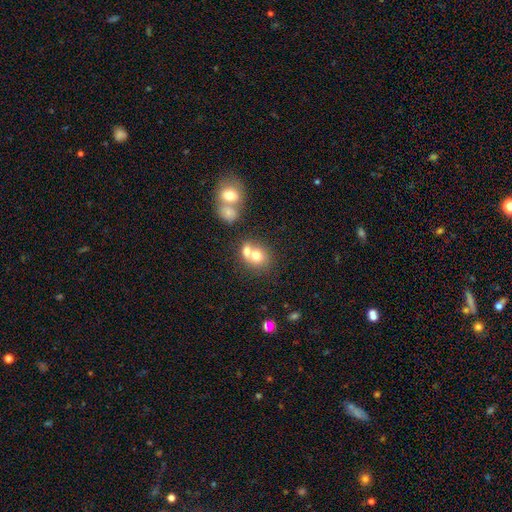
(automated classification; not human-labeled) Overall: smooth (70%). How rounded: round (70%). Merging: merger (59%; none 31%).